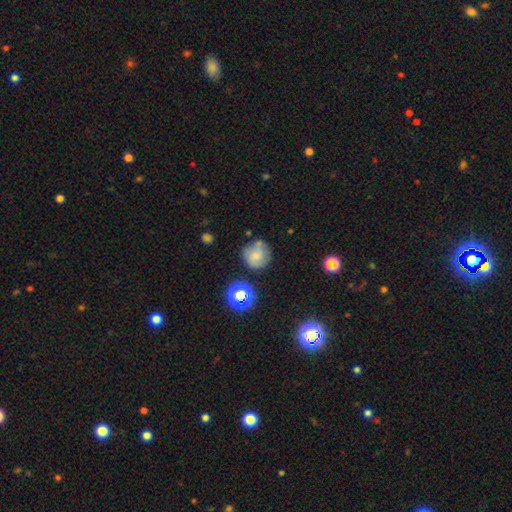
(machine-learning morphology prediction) smooth-or-featured: smooth: 63% | featured or disk: 25% | star or artifact: 12%
  how-rounded: round: 90% | in between: 9% | cigar-shaped: 1%
  merging: none: 65% | minor disturbance: 20% | merger: 9% | major disturbance: 7%